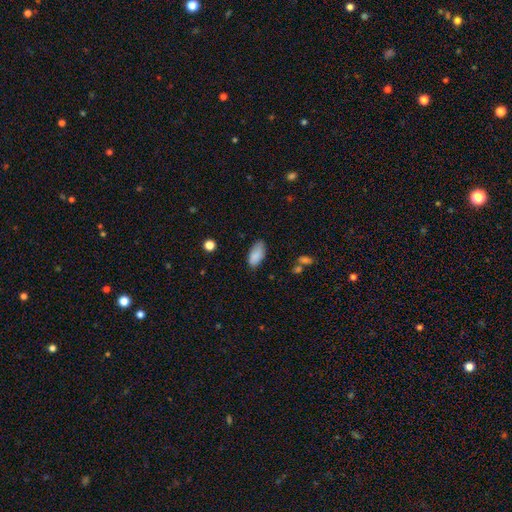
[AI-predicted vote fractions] Smooth or featured? Predicted: smooth (p=0.87). How rounded? Predicted: in between (p=0.92). Merging? Predicted: none (p=0.74).